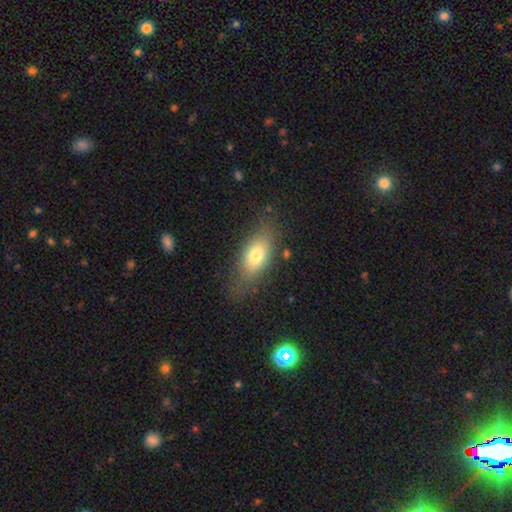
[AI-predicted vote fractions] Overall: smooth (72%). How rounded: in between (82%). Merging: none (75%).